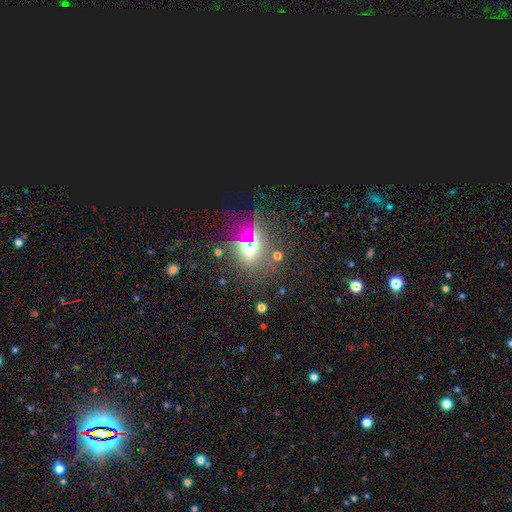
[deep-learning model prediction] A smooth galaxy with no disk features (40%). Merging: none (67%).